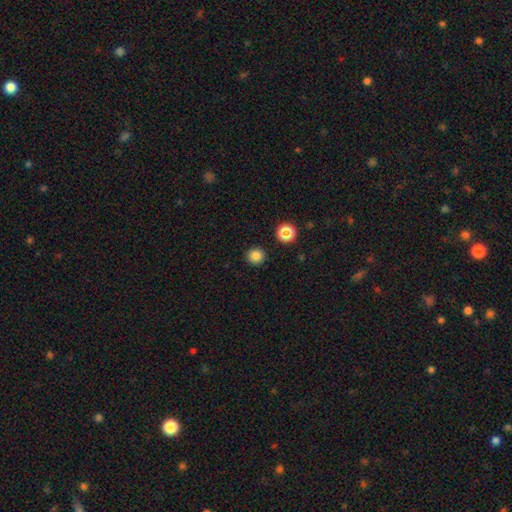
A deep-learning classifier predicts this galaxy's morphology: A smooth galaxy with no disk features (83%) that is round (93%). Merging: none (91%).